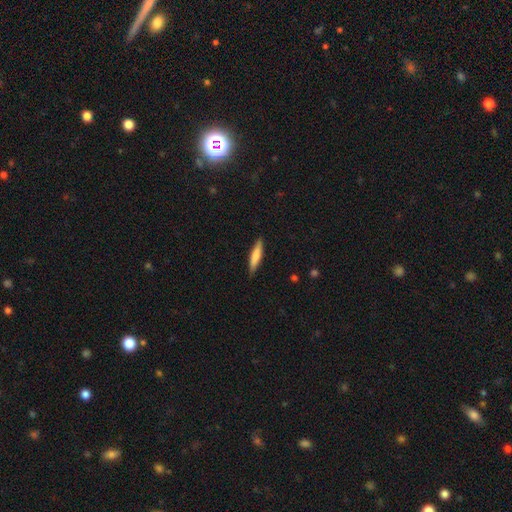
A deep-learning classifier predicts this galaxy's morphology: Q: Smooth or featured?
A: smooth (72%); runner-up: featured or disk (23%)
Q: How rounded?
A: cigar-shaped (85%); runner-up: in between (14%)
Q: Merging?
A: none (88%); runner-up: minor disturbance (10%)